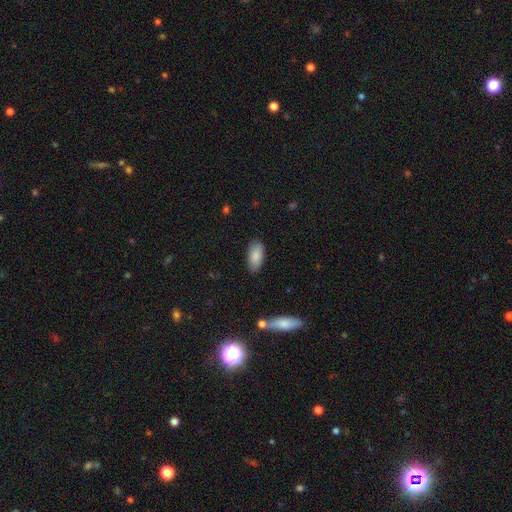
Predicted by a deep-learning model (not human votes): smooth-or-featured: smooth: 85% | featured or disk: 8% | star or artifact: 7%
  how-rounded: in between: 91% | cigar-shaped: 7% | round: 2%
  merging: none: 84% | minor disturbance: 13% | major disturbance: 2% | merger: 1%